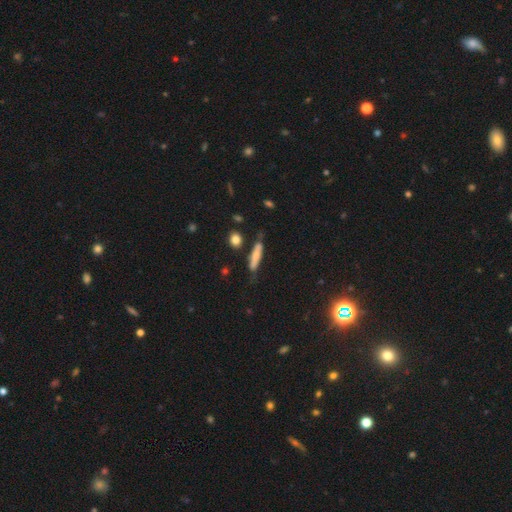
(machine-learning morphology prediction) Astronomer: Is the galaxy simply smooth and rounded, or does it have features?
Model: smooth — 65%.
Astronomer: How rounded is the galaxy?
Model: cigar-shaped — 80%.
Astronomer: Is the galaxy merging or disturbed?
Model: none — 67%.